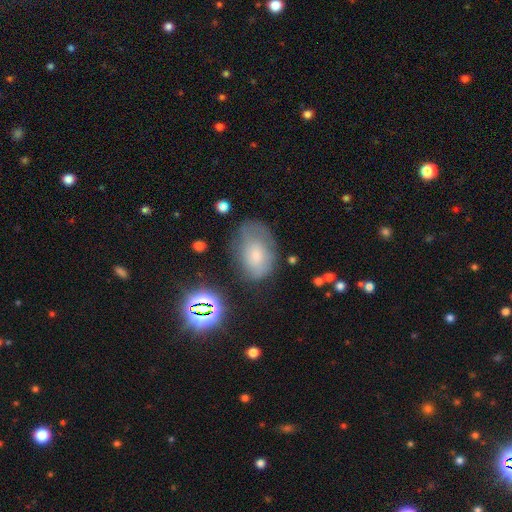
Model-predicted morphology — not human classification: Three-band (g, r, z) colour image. It shows a smooth galaxy with no disk features (61%) that is in between round and cigar-shaped (84%). Merging: none (50%).